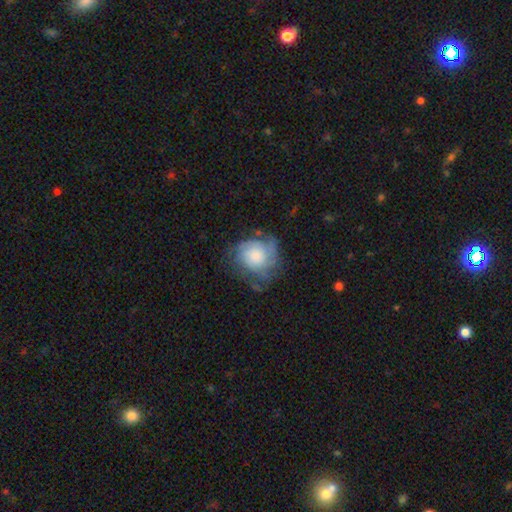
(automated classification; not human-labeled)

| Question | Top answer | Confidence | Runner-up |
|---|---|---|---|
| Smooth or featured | featured or disk | 60% | smooth (32%) |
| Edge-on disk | no | 98% | yes (2%) |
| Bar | no | 82% | weak (16%) |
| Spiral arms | yes | 87% | no (13%) |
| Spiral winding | tight | 49% | medium (35%) |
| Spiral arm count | can't tell | 37% | 3 (21%) |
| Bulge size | large | 43% | moderate (24%) |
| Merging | none | 55% | minor disturbance (25%) |